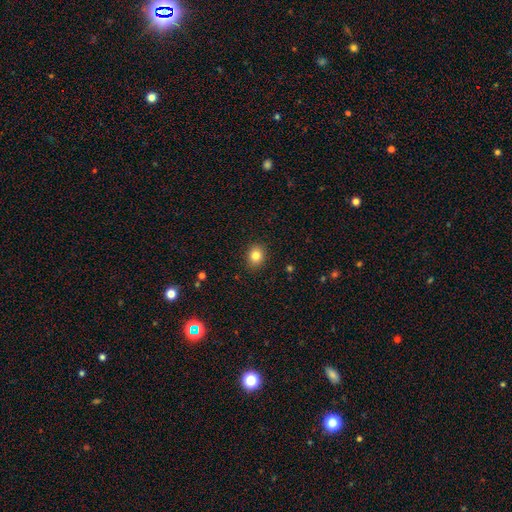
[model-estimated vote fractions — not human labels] This appears to be a smooth galaxy with no disk features (83%) that is round (66%). Merging: none (90%).